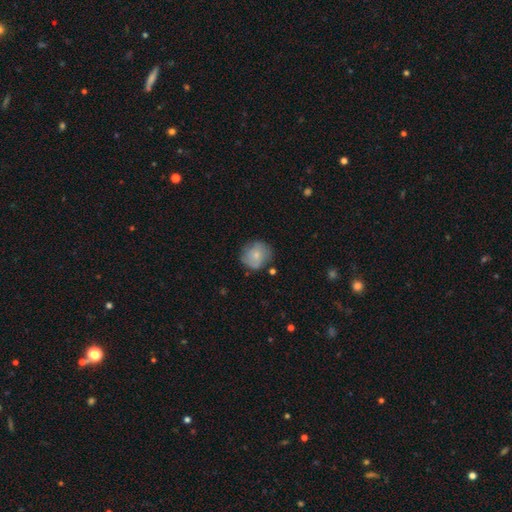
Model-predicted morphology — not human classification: A smooth galaxy with no disk features (72%) that is round (83%). Merging: none (69%).